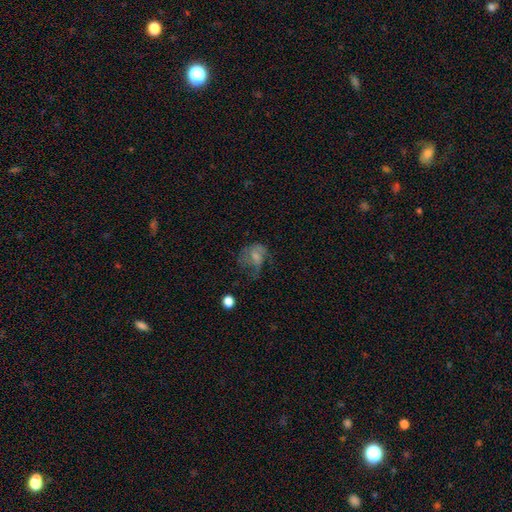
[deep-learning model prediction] smooth 46%, featured or disk 42%, star or artifact 12%. Down the decision tree: merging — major disturbance (43%).